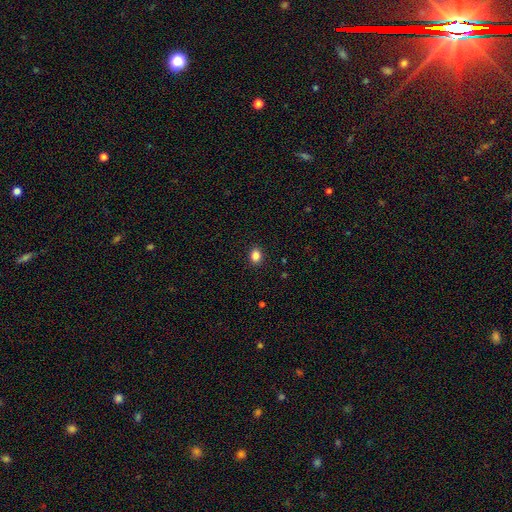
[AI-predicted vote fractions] Morphology: type=smooth (85%); roundness=in between (55%); merging=none (91%).